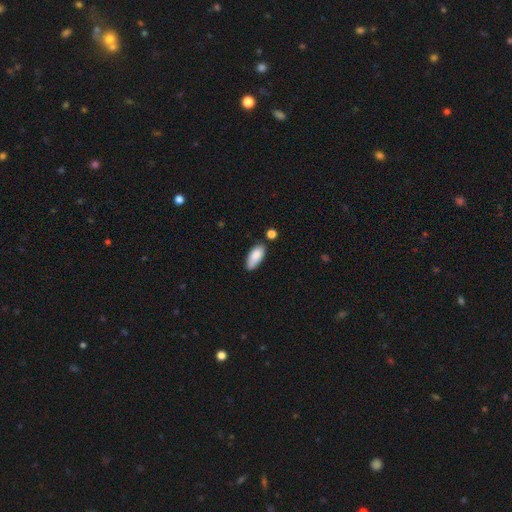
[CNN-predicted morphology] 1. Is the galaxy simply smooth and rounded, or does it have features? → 86% smooth, 8% featured or disk, 7% star or artifact.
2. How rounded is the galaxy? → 84% in between, 14% cigar-shaped, 2% round.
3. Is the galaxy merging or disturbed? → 64% none, 24% minor disturbance, 8% merger, 4% major disturbance.